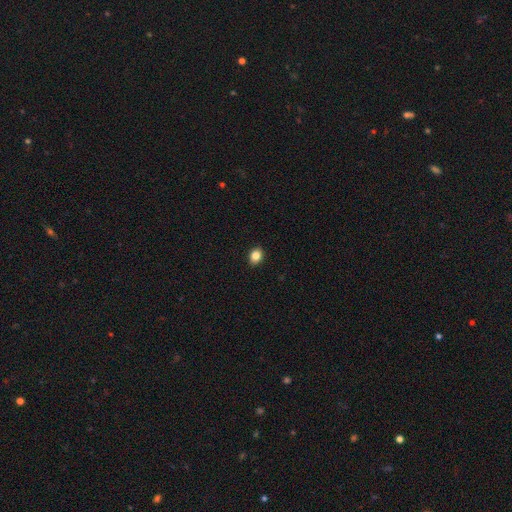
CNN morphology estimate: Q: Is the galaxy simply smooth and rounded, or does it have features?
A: smooth — 85%.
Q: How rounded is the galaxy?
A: in between — 51%.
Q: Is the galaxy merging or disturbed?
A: none — 91%.